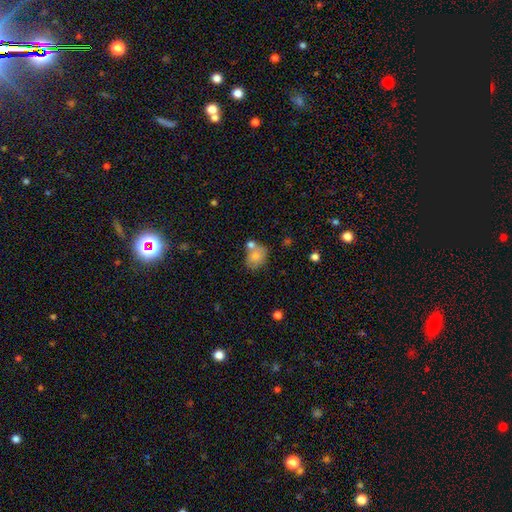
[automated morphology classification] type=smooth (77%); roundness=in between (53%); merging=none (49%).